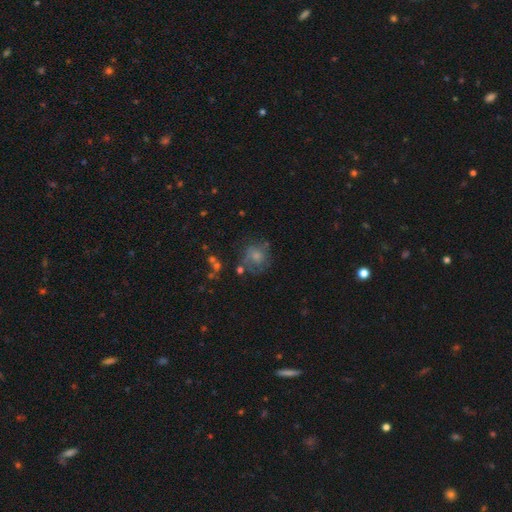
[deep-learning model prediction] This appears to be a featured or disk galaxy (50%). Merging: none (54%).